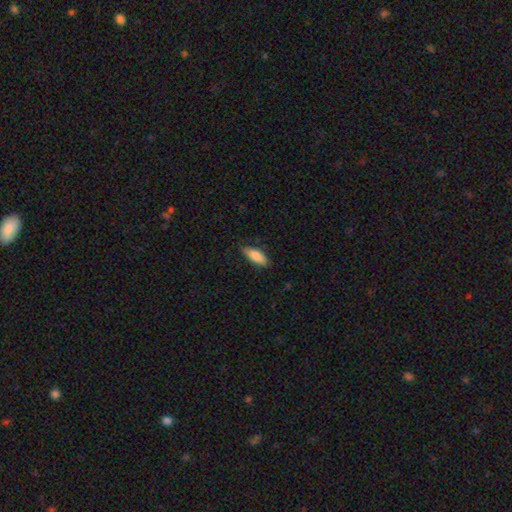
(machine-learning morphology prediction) The model was most divided on "how rounded": in between: 73%, cigar-shaped: 25%, round: 2%. More confident: smooth or featured — smooth (83%); merging — none (80%).